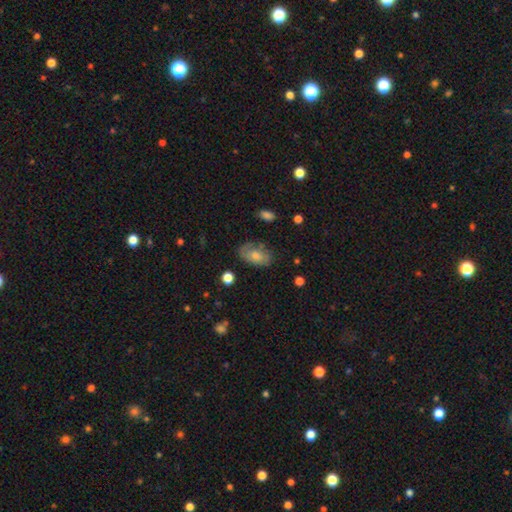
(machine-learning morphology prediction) smooth-or-featured: smooth: 57% | featured or disk: 31% | star or artifact: 12%
  how-rounded: in between: 89% | round: 9% | cigar-shaped: 2%
  merging: none: 70% | minor disturbance: 21% | major disturbance: 6% | merger: 2%